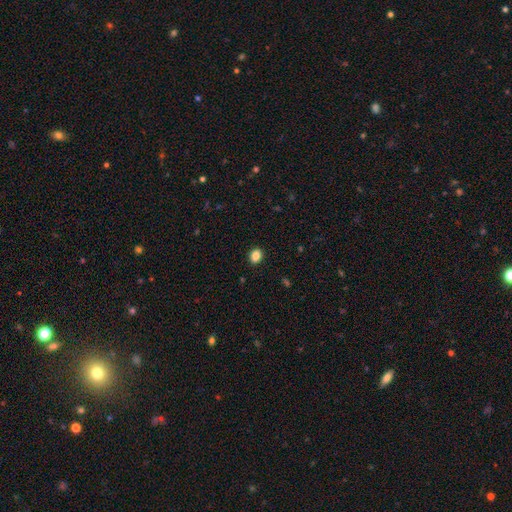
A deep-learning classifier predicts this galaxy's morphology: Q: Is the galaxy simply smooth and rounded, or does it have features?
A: smooth — 86%.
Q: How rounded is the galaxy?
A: in between — 53%.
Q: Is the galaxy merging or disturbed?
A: none — 91%.